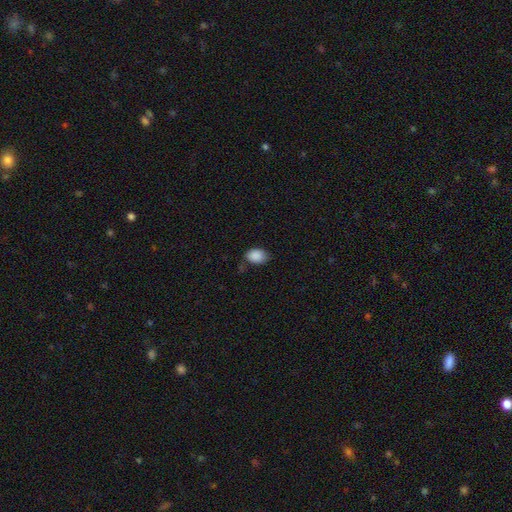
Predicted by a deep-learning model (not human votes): Morphology: type=smooth (89%); roundness=in between (76%); merging=none (72%).